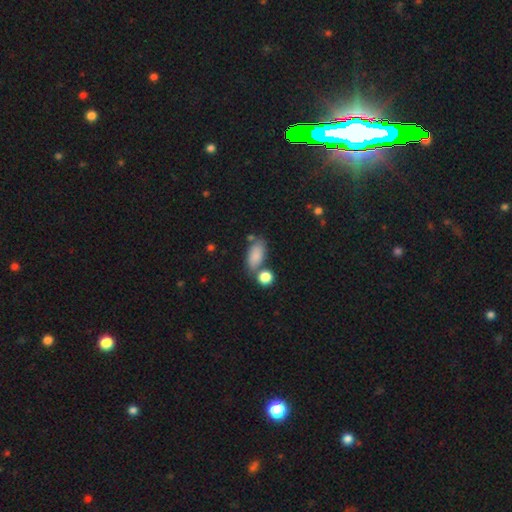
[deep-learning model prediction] Smooth or featured? smooth (84%)
How rounded? in between (88%)
Merging? none (58%)